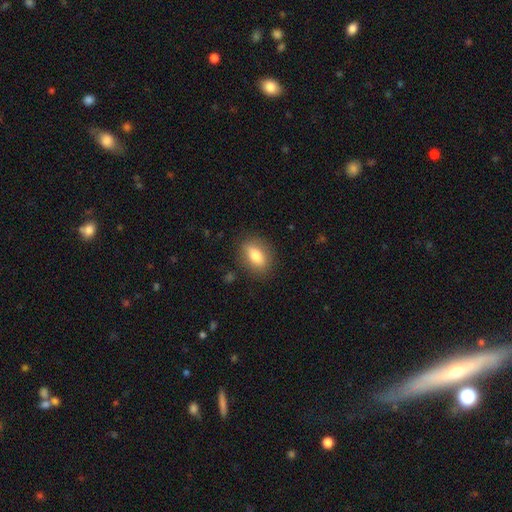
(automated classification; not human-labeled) Smooth or featured?
  - smooth: 77% *
  - featured or disk: 16%
  - star or artifact: 8%
How rounded?
  - in between: 79% *
  - round: 14%
  - cigar-shaped: 7%
Merging?
  - none: 85% *
  - minor disturbance: 11%
  - major disturbance: 3%
  - merger: 1%